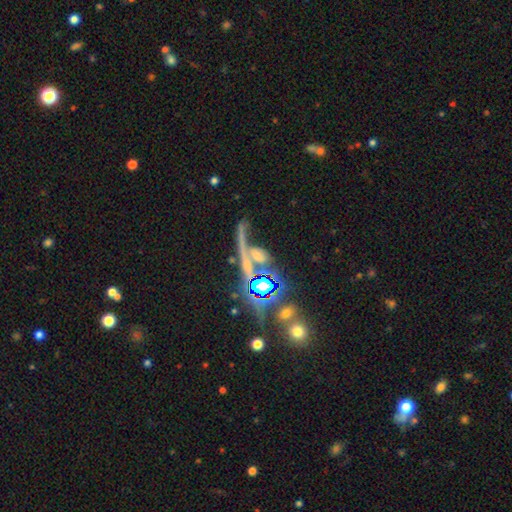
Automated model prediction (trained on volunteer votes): This appears to be a featured or disk galaxy (35%). Merging: merger (41%).